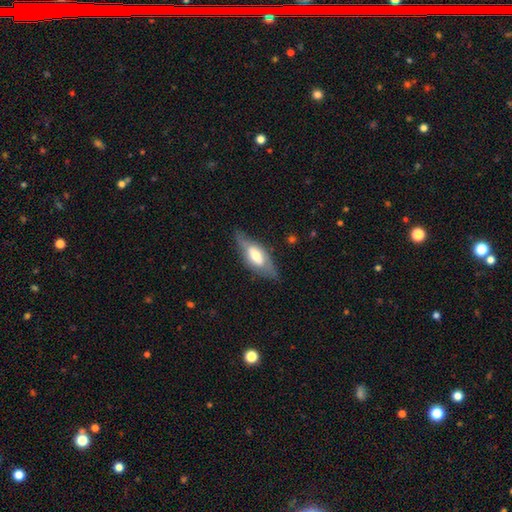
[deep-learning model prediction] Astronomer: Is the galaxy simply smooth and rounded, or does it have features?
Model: featured or disk — 48% (runner-up: smooth, 46%).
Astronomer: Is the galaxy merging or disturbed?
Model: none — 69%.